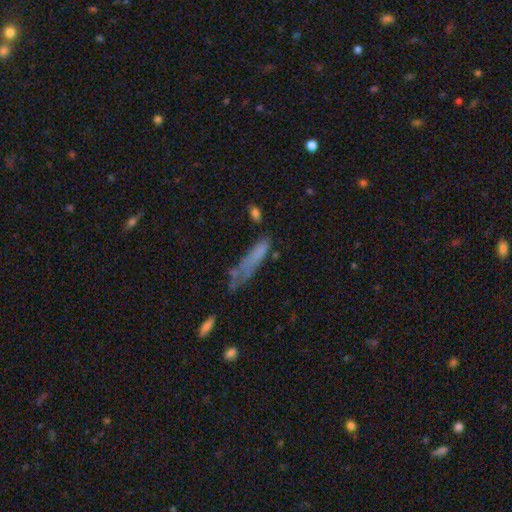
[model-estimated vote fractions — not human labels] smooth_or_featured: smooth (p=0.61) [alt: featured or disk p=0.25]
how_rounded: cigar-shaped (p=0.77) [alt: in between p=0.21]
merging: none (p=0.39) [alt: minor disturbance p=0.28]